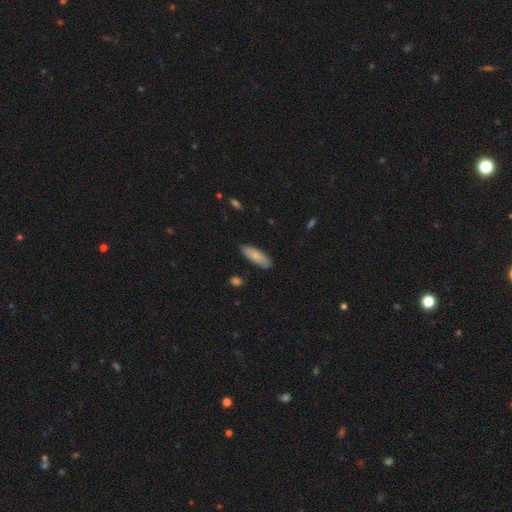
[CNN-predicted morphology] Smooth or featured? Predicted: smooth (p=0.81). How rounded? Predicted: in between (p=0.59). Merging? Predicted: none (p=0.85).